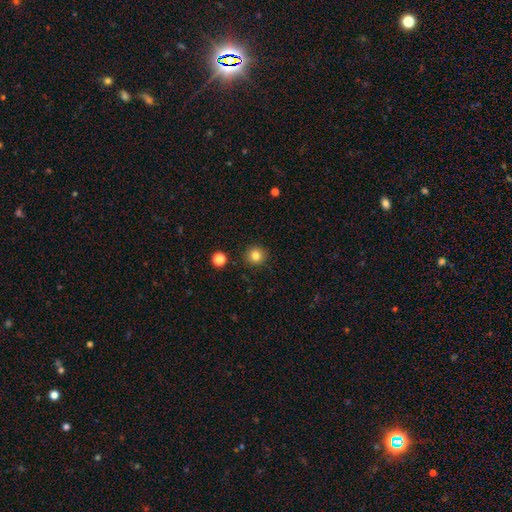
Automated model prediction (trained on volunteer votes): Overall: smooth (82%). How rounded: round (94%). Merging: none (91%).